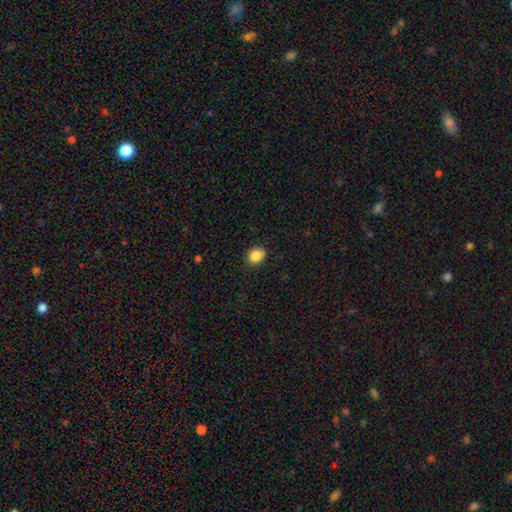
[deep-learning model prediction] smooth 87%, star or artifact 9%, featured or disk 4%. Down the decision tree: how rounded — round (54%); merging — none (83%).